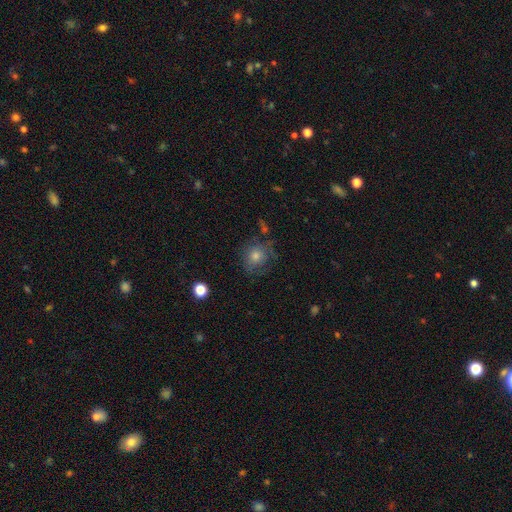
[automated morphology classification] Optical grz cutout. It shows a smooth galaxy with no disk features (54%) that is round (81%). Merging: none (67%).